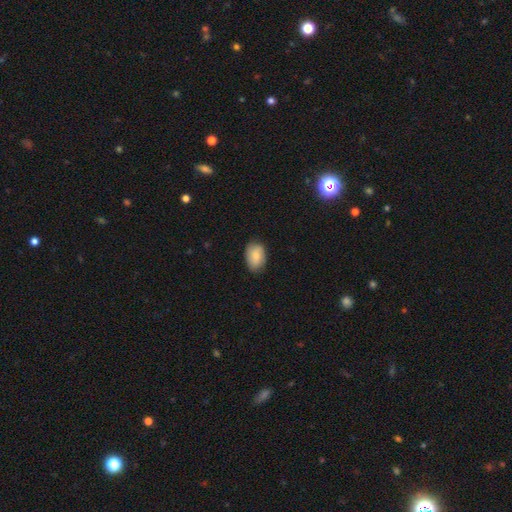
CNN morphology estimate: Smooth or featured? Predicted: smooth (p=0.83). How rounded? Predicted: in between (p=0.85). Merging? Predicted: none (p=0.81).